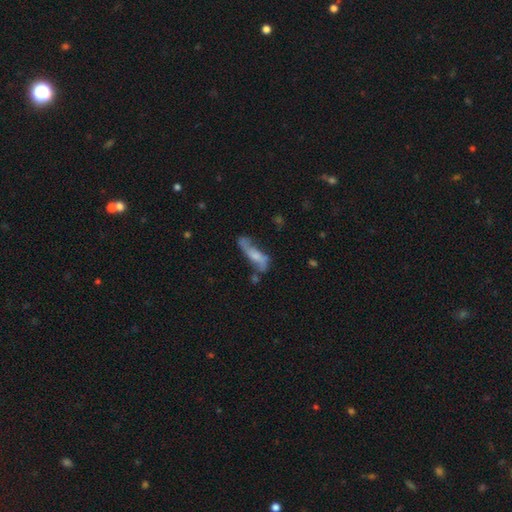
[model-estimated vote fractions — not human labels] Smooth or featured? featured or disk (49%)
Merging? none (43%)